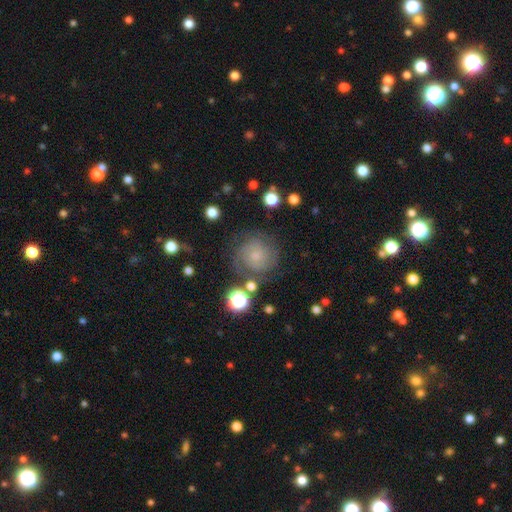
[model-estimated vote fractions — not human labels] Overall: featured or disk (57%; smooth 30%). Edge-on disk: no (98%). Bar: no (77%). Spiral arms: yes (89%). Bulge size: small (63%). Merging: none (73%).